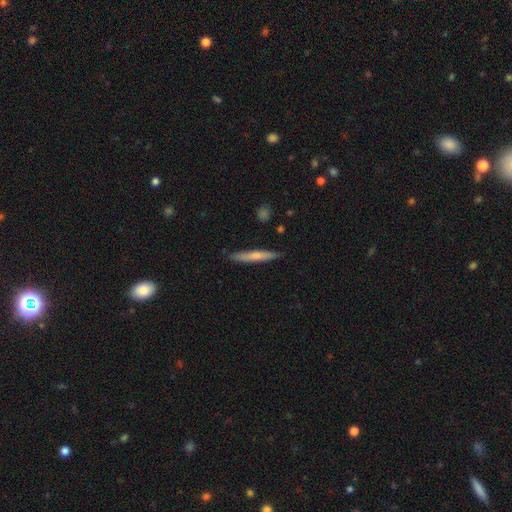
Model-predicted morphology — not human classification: Smooth or featured?
  - smooth: 57% *
  - featured or disk: 37%
  - star or artifact: 6%
How rounded?
  - cigar-shaped: 95% *
  - in between: 4%
  - round: 1%
Merging?
  - none: 86% *
  - minor disturbance: 11%
  - major disturbance: 2%
  - merger: 1%